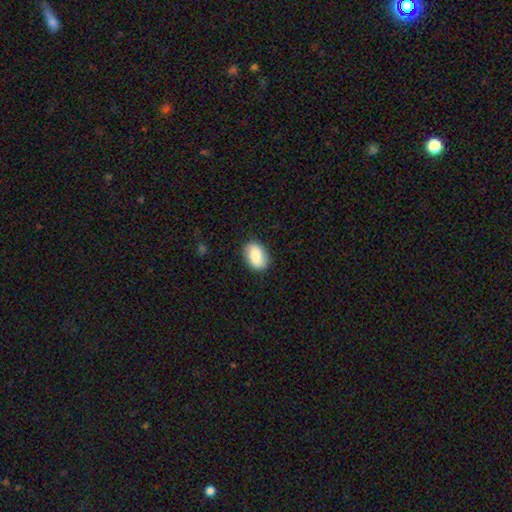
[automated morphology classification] Smooth or featured?
  - smooth: 81% *
  - featured or disk: 12%
  - star or artifact: 7%
How rounded?
  - in between: 81% *
  - round: 18%
  - cigar-shaped: 1%
Merging?
  - none: 85% *
  - minor disturbance: 12%
  - major disturbance: 3%
  - merger: 1%